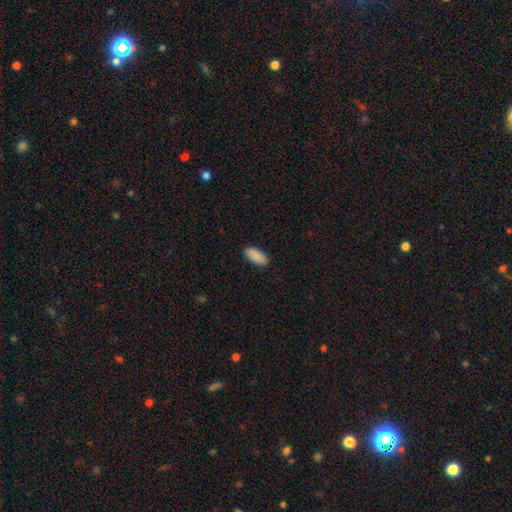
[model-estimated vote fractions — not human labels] A smooth galaxy with no disk features (90%) that is in between round and cigar-shaped (92%).

Vote fractions:
- Smooth or featured? smooth: 90% / star or artifact: 6% / featured or disk: 4%
- How rounded? in between: 92% / cigar-shaped: 7% / round: 2%
- Merging? none: 89% / minor disturbance: 8% / major disturbance: 2% / merger: 1%